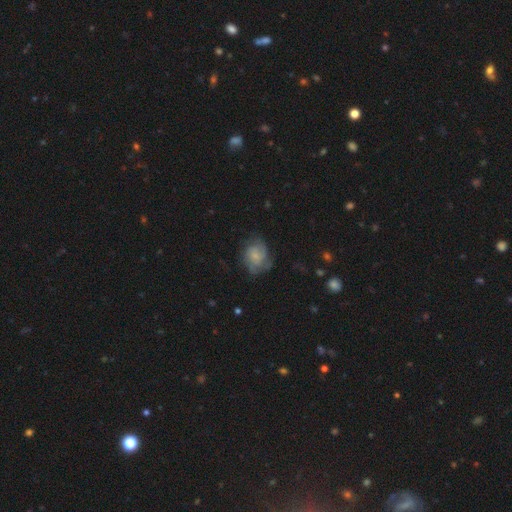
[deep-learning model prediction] A smooth galaxy with no disk features (51%) that is round (52%). Merging: none (52%).